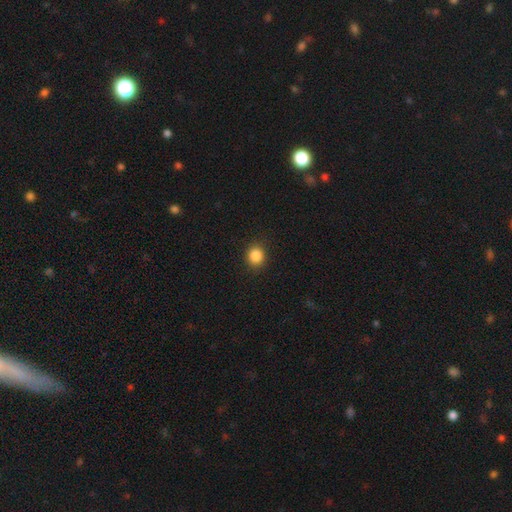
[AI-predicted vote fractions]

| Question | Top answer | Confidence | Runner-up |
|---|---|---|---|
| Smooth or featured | smooth | 86% | star or artifact (10%) |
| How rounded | round | 80% | in between (19%) |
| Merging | none | 89% | minor disturbance (8%) |